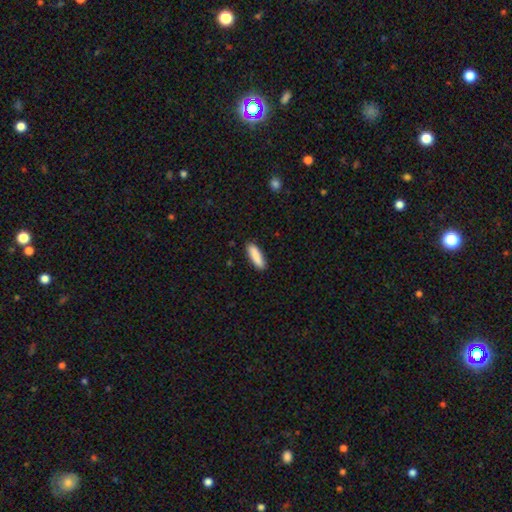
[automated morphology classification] Overall: smooth (88%). How rounded: cigar-shaped (62%; in between 36%). Merging: none (88%).